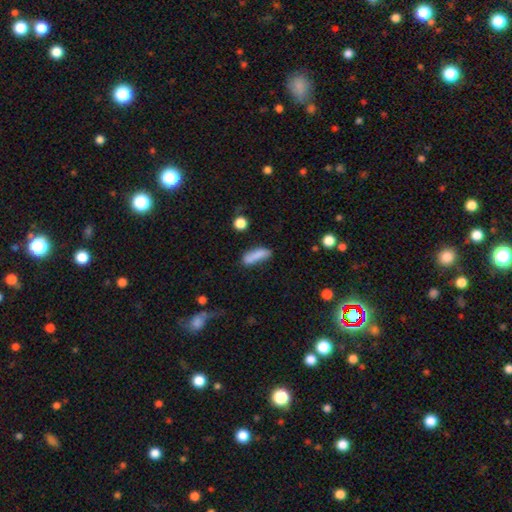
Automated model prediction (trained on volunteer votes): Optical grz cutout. It shows a smooth galaxy with no disk features (81%) that is in between round and cigar-shaped (49%). Merging: none (64%).